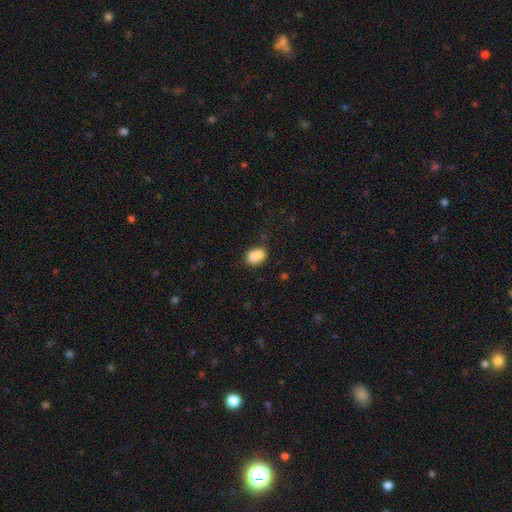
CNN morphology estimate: The model was most divided on "merging": none: 46%, merger: 25%, minor disturbance: 21%, major disturbance: 7%. More confident: smooth or featured — smooth (80%); how rounded — in between (69%).